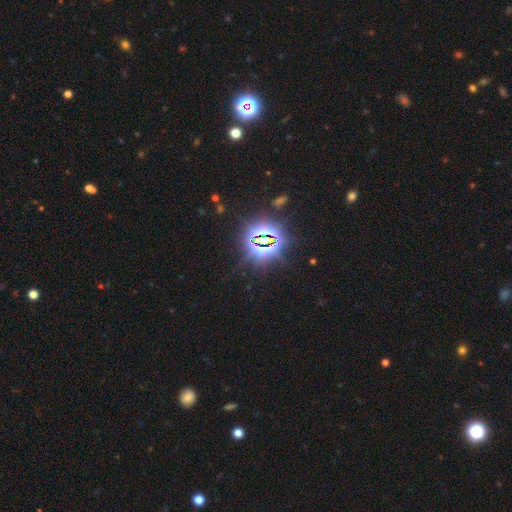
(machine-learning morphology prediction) Q: Smooth or featured?
A: star or artifact (83%); runner-up: smooth (10%)